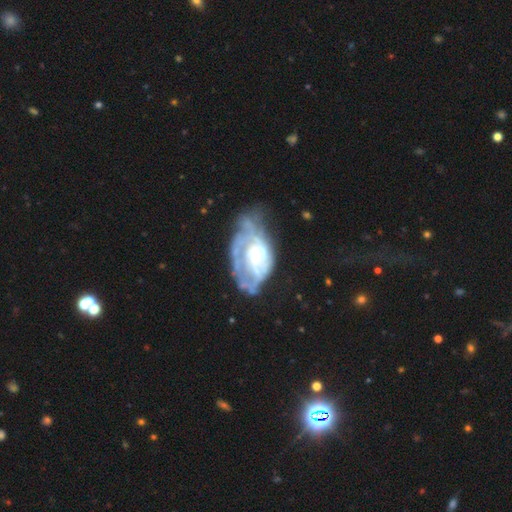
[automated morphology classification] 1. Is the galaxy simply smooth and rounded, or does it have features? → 77% featured or disk, 17% smooth, 7% star or artifact.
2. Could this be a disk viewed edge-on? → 96% no, 4% yes.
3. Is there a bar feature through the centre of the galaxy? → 70% no, 25% weak, 6% strong.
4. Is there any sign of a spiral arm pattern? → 69% yes, 31% no.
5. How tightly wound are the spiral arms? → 56% tight, 31% medium, 13% loose.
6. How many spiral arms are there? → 53% can't tell, 23% 2, 10% 1, 9% 3, 4% 4, 3% more than 4.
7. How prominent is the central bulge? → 46% moderate, 43% small, 6% large, 4% none, 1% dominant.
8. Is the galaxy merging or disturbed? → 34% none, 31% major disturbance, 30% minor disturbance, 5% merger.